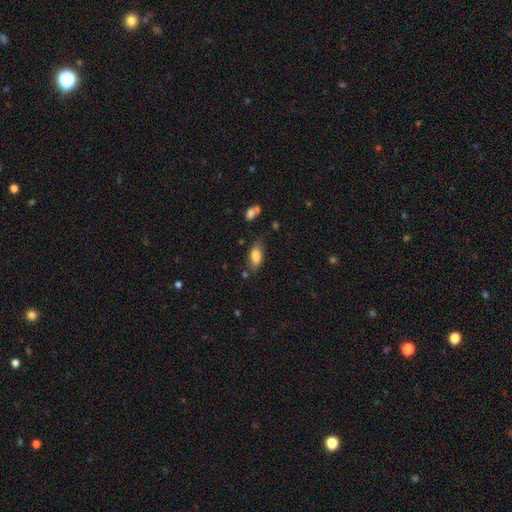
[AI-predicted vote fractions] This appears to be a smooth galaxy with no disk features (79%) that is in between round and cigar-shaped (85%). Merging: none (67%).